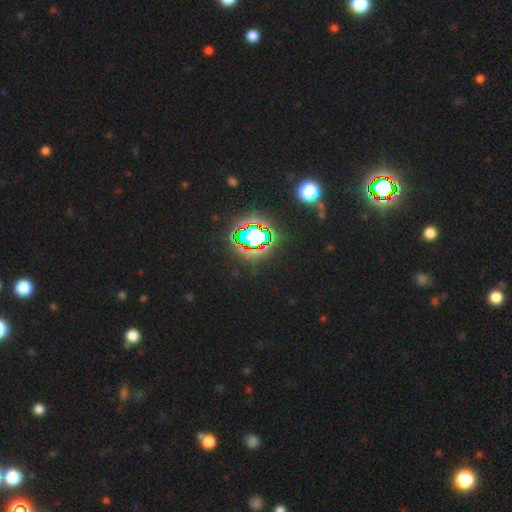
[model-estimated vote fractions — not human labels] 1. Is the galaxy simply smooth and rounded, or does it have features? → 78% star or artifact, 13% smooth, 9% featured or disk.